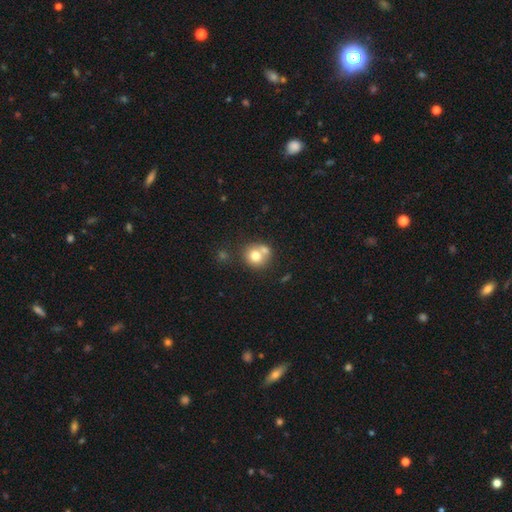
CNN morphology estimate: Overall: smooth (73%). How rounded: round (83%). Merging: none (47%; merger 41%).